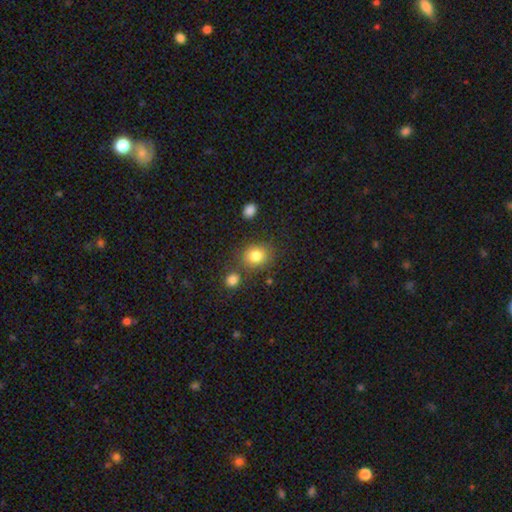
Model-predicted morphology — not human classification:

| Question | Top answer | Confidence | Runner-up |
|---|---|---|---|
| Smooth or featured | smooth | 82% | star or artifact (11%) |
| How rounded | round | 69% | in between (30%) |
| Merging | none | 74% | minor disturbance (12%) |